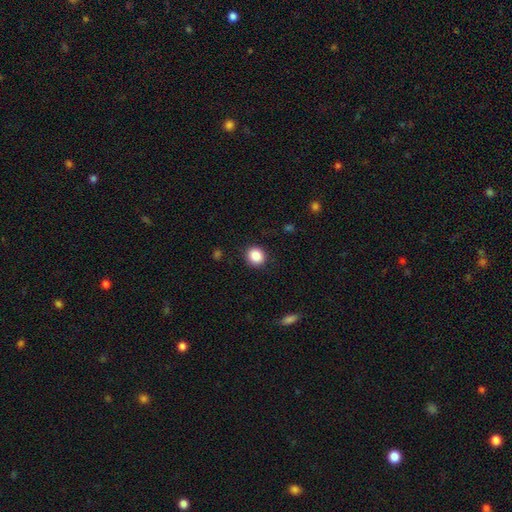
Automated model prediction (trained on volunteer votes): The model was most divided on "how rounded": round: 83%, in between: 16%, cigar-shaped: 1%. More confident: merging — none (90%); smooth or featured — smooth (87%).